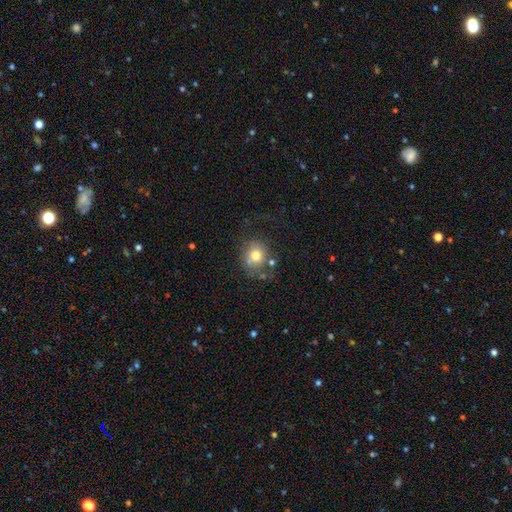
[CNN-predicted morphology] Smooth or featured? Predicted: smooth (p=0.71). How rounded? Predicted: round (p=0.78). Merging? Predicted: none (p=0.55).